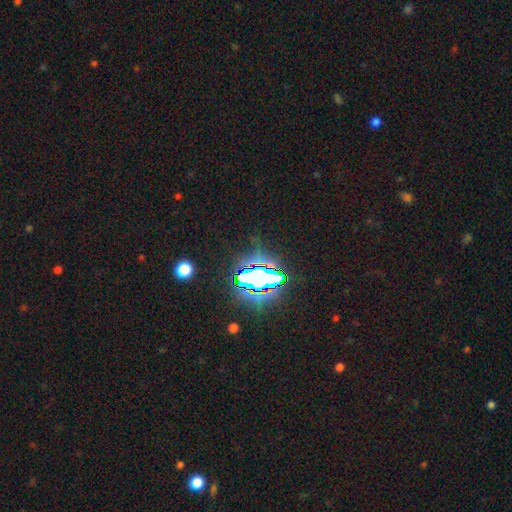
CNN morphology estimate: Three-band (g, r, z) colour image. It shows a star or artifact, not a galaxy (77%).